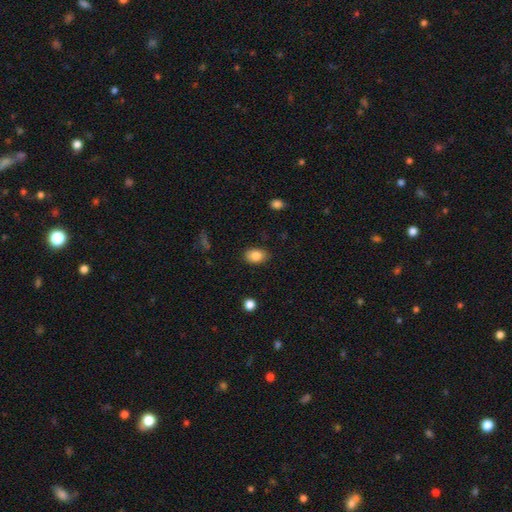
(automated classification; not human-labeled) This appears to be a smooth galaxy with no disk features (85%) that is in between round and cigar-shaped (82%). Merging: none (83%).